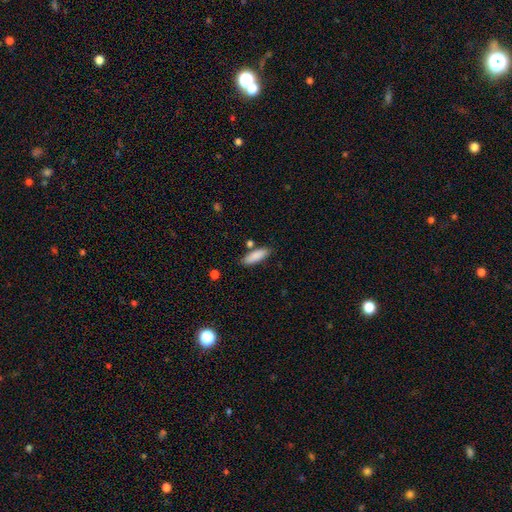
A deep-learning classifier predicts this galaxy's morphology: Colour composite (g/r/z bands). It shows a smooth galaxy with no disk features (87%) that is in between round and cigar-shaped (55%). Merging: none (80%).